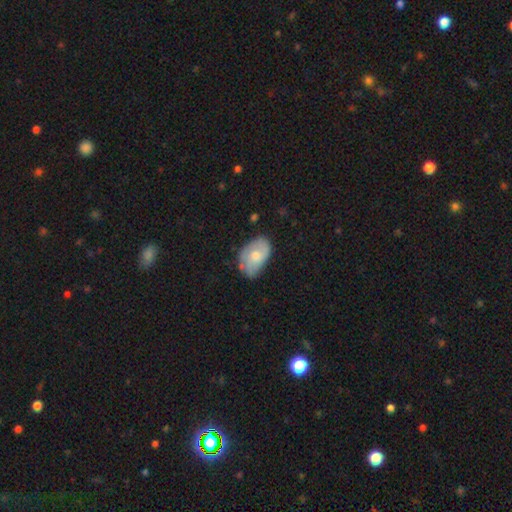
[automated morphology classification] Smooth or featured?
  - smooth: 60% *
  - featured or disk: 33%
  - star or artifact: 7%
How rounded?
  - in between: 90% *
  - round: 9%
  - cigar-shaped: 1%
Merging?
  - none: 56% *
  - minor disturbance: 32%
  - major disturbance: 9%
  - merger: 2%